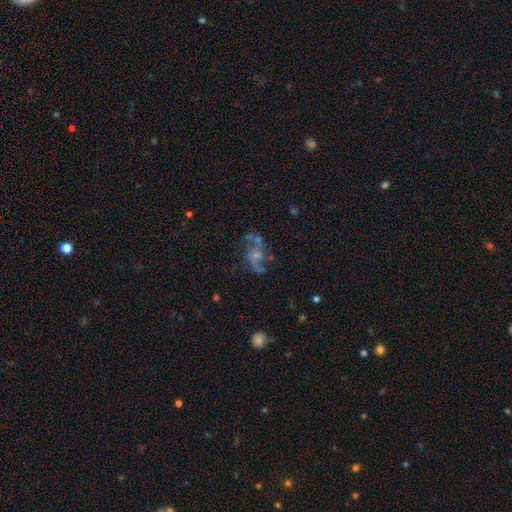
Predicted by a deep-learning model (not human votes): The model was most divided on "bulge size": small: 40%, moderate: 37%, none: 16%, large: 5%, dominant: 2%. More confident: edge-on disk — no (97%); spiral arms — yes (86%); spiral arm count — 2 (85%); smooth or featured — featured or disk (74%); spiral winding — loose (67%); bar — no (62%); merging — none (52%).